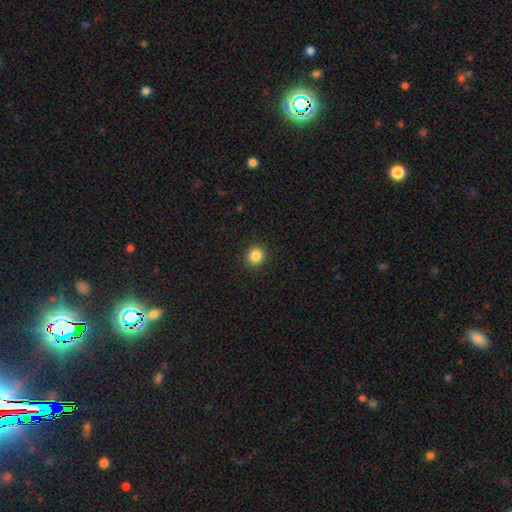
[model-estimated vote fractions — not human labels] smooth 86%, star or artifact 10%, featured or disk 4%. Down the decision tree: how rounded — round (81%); merging — none (91%).